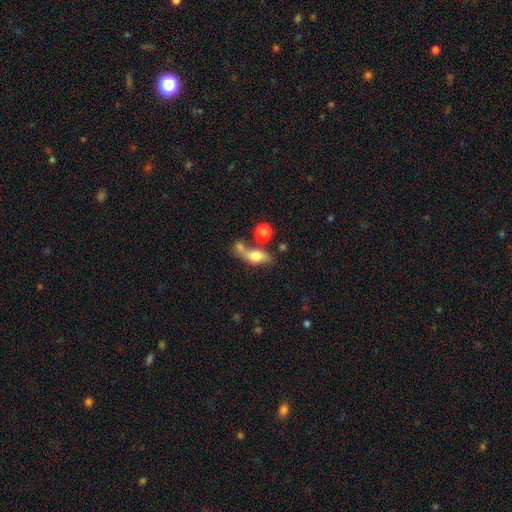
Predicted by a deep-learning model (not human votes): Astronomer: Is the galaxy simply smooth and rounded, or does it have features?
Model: smooth — 57% (runner-up: featured or disk, 33%).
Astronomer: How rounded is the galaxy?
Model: in between — 64%.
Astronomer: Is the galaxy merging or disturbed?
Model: none — 38% (runner-up: merger, 34%).